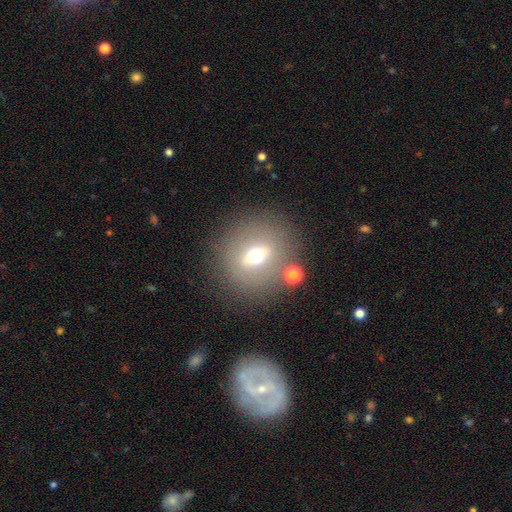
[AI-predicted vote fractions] A smooth galaxy with no disk features (52%) that is round (81%). Merging: none (78%).